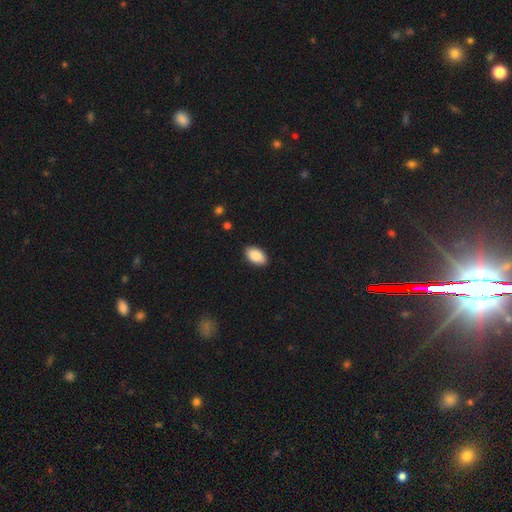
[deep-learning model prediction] A smooth galaxy with no disk features (88%) that is in between round and cigar-shaped (94%).

Vote fractions:
- Smooth or featured? smooth: 88% / star or artifact: 7% / featured or disk: 5%
- How rounded? in between: 94% / round: 4% / cigar-shaped: 2%
- Merging? none: 87% / minor disturbance: 10% / major disturbance: 2% / merger: 1%